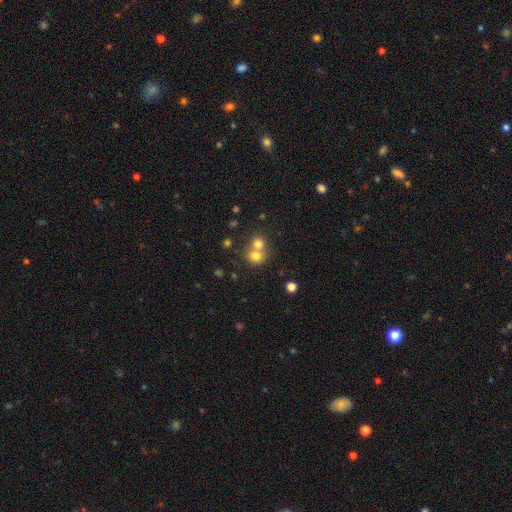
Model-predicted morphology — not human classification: The model was most divided on "merging": merger: 57%, none: 35%, minor disturbance: 5%, major disturbance: 2%. More confident: how rounded — round (77%); smooth or featured — smooth (74%).